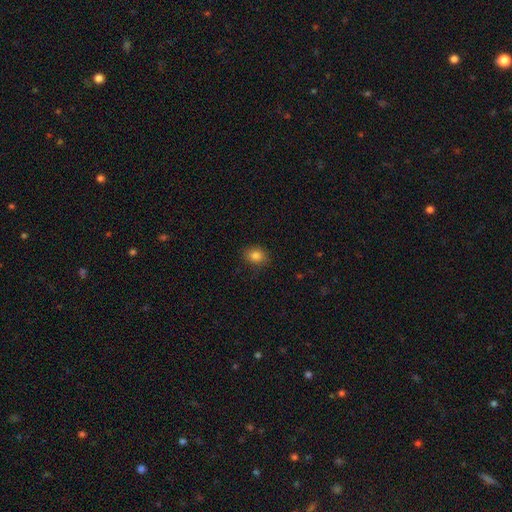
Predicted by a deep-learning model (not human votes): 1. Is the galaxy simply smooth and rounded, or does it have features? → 83% smooth, 11% star or artifact, 6% featured or disk.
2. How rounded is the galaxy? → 58% round, 41% in between, 1% cigar-shaped.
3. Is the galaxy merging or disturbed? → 85% none, 11% minor disturbance, 3% major disturbance, 1% merger.